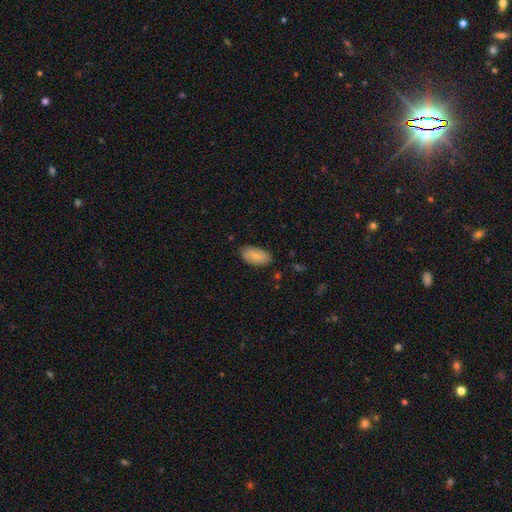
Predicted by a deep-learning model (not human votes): This appears to be a smooth galaxy with no disk features (79%) that is in between round and cigar-shaped (94%). Merging: none (81%).